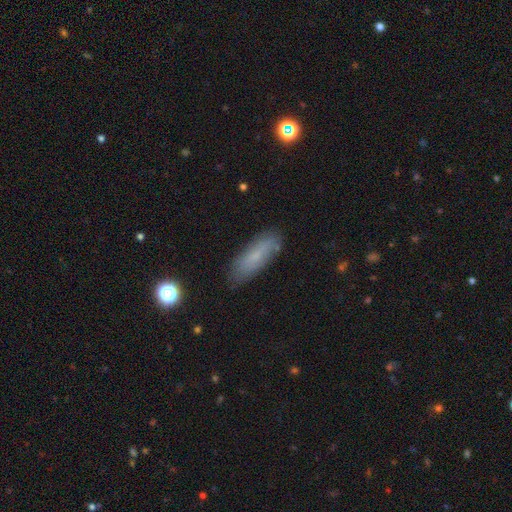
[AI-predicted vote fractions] smooth 70%, featured or disk 21%, star or artifact 9%. Down the decision tree: how rounded — in between (50%); merging — none (81%).